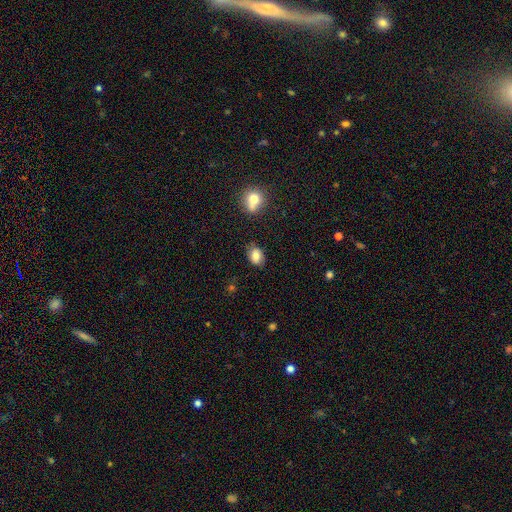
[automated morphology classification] This appears to be a smooth galaxy with no disk features (80%) that is in between round and cigar-shaped (75%). Merging: none (77%).